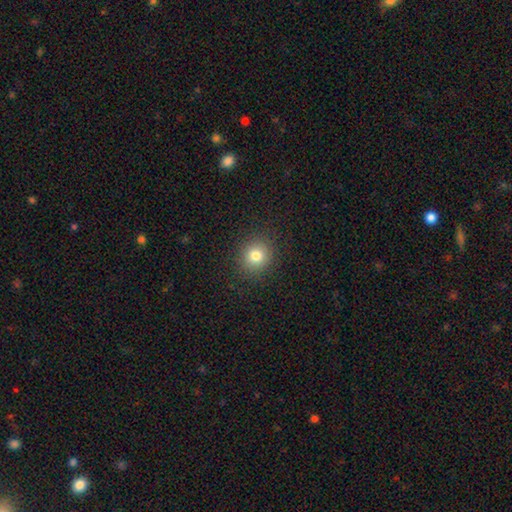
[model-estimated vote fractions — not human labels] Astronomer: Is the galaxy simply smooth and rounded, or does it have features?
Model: smooth — 79%.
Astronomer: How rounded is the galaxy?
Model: round — 85%.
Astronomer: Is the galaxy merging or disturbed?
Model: none — 89%.